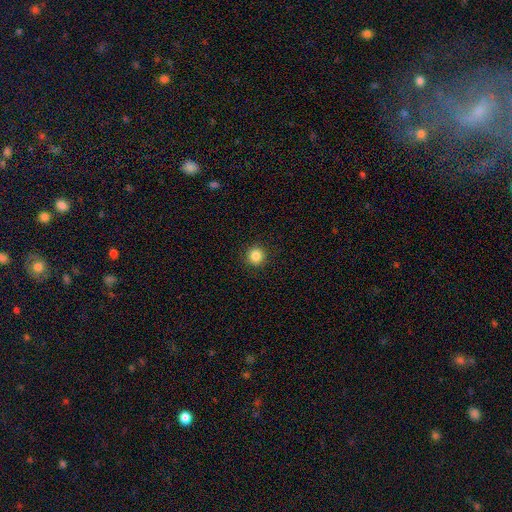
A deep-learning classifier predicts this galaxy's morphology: This appears to be a smooth galaxy with no disk features (85%) that is round (95%). Merging: none (92%).